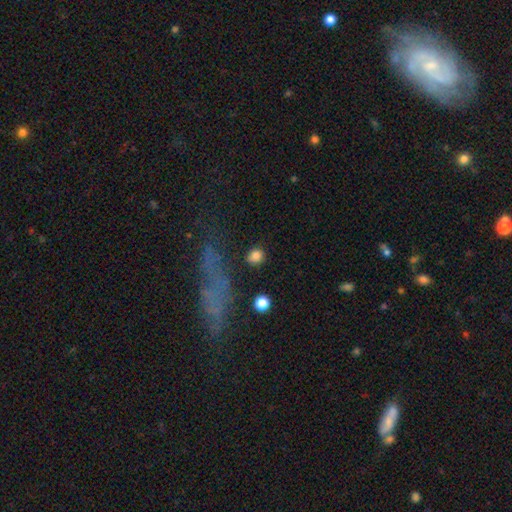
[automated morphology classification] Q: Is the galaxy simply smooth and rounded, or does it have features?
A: smooth — 83%.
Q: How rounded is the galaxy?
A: round — 81%.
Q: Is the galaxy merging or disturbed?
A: none — 82%.